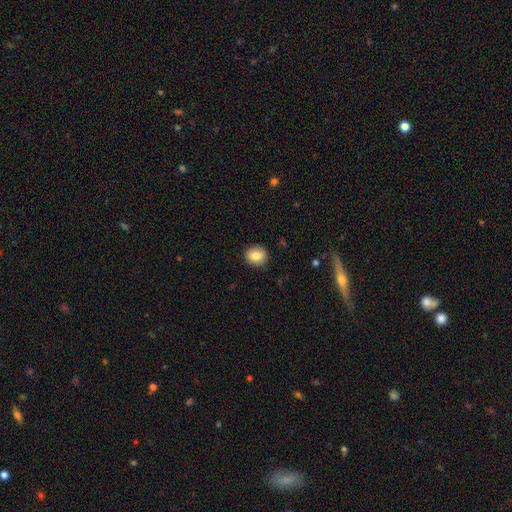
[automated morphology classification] Smooth or featured: smooth — 84% (star or artifact — 9%)
How rounded: round — 79% (in between — 21%)
Merging: none — 90% (minor disturbance — 7%)